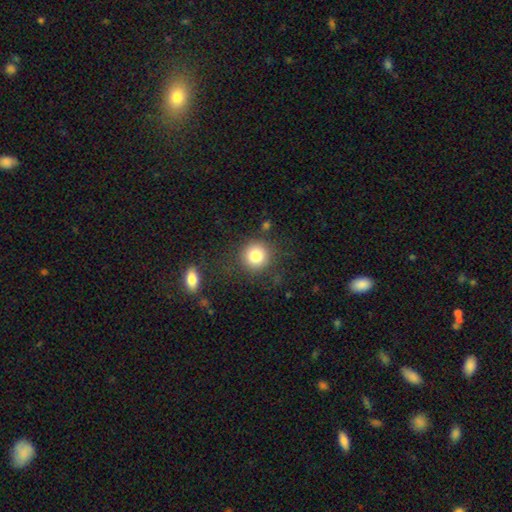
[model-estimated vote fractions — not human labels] Smooth or featured: smooth — 82% (star or artifact — 10%)
How rounded: round — 93% (in between — 6%)
Merging: none — 83% (minor disturbance — 9%)